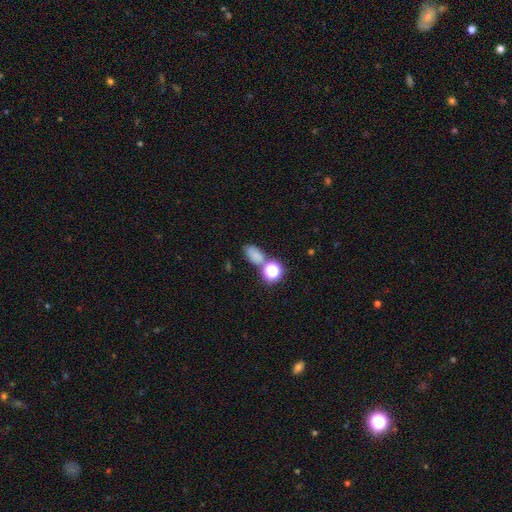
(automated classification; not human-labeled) A smooth galaxy with no disk features (70%) that is in between round and cigar-shaped (77%). Merging: none (59%).